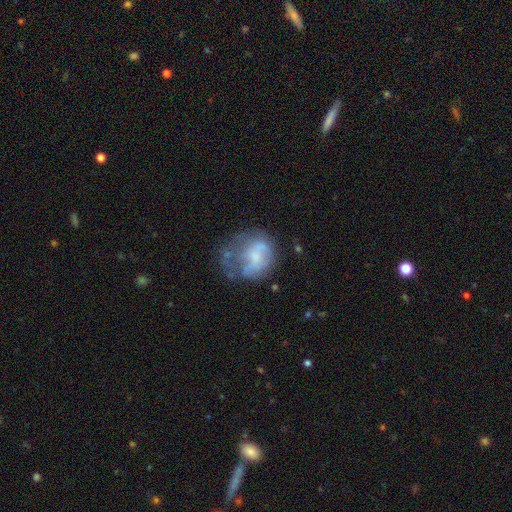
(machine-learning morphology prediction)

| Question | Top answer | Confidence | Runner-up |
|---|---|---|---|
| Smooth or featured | featured or disk | 46% | smooth (44%) |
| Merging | none | 33% | tied: major disturbance (33%) |